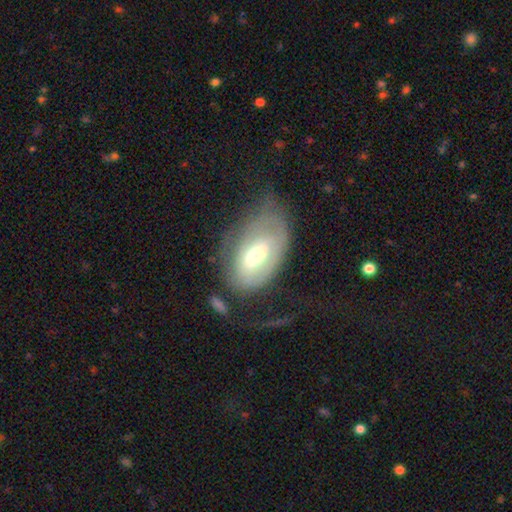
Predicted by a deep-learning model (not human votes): This is possibly a featured or disk galaxy (55%). It is clearly not viewed edge-on (91%). Bar: possibly no (47%). Spiral arm pattern: possibly no (52%). Central bulge: likely moderate (67%). Merging: marginally none (39%).